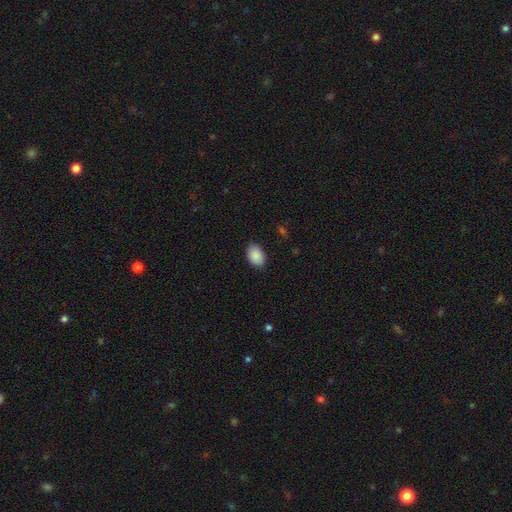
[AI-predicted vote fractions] The model was most divided on "how rounded": in between: 84%, round: 15%, cigar-shaped: 1%. More confident: smooth or featured — smooth (90%); merging — none (86%).